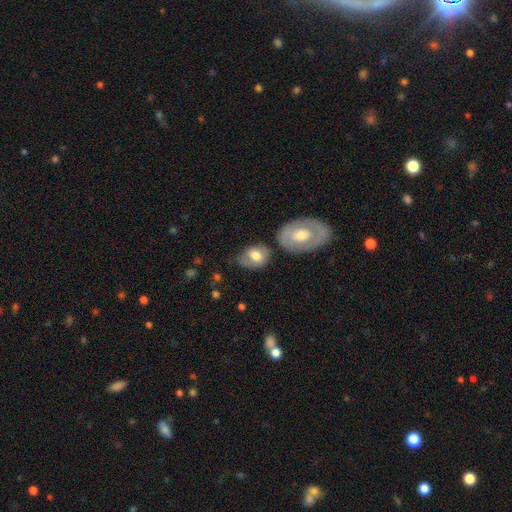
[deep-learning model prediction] Overall: smooth (67%). How rounded: in between (73%). Merging: none (53%; minor disturbance 25%).